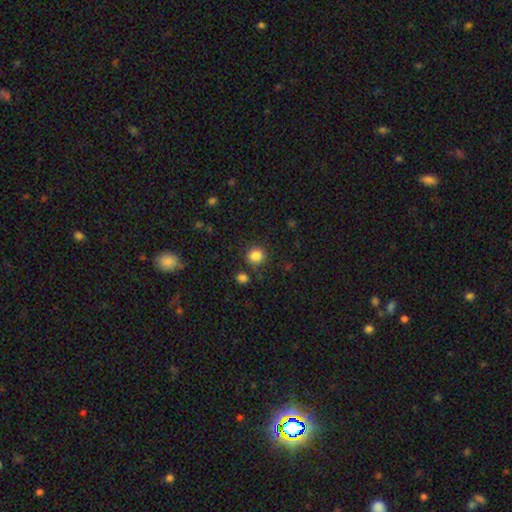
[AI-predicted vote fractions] Smooth or featured?
  - smooth: 85% *
  - star or artifact: 11%
  - featured or disk: 4%
How rounded?
  - round: 90% *
  - in between: 10%
  - cigar-shaped: 1%
Merging?
  - none: 83% *
  - minor disturbance: 9%
  - merger: 5%
  - major disturbance: 3%